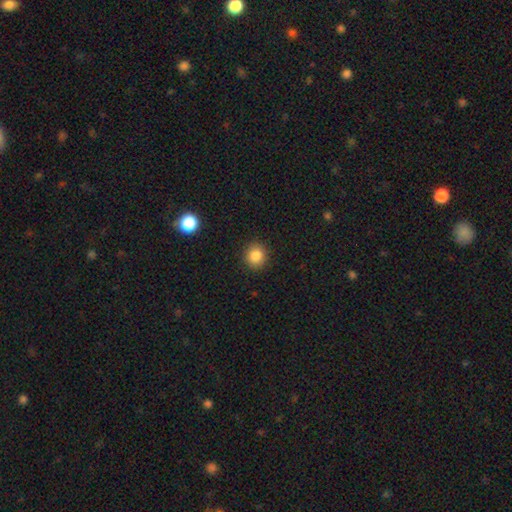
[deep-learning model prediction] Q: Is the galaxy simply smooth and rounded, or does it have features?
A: smooth — 84%.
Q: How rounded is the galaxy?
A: round — 88%.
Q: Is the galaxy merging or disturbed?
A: none — 91%.